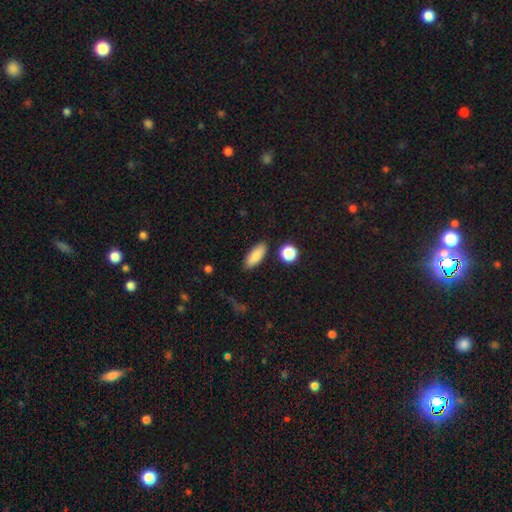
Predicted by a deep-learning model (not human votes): smooth 86%, star or artifact 8%, featured or disk 7%. Down the decision tree: how rounded — in between (78%); merging — none (86%).